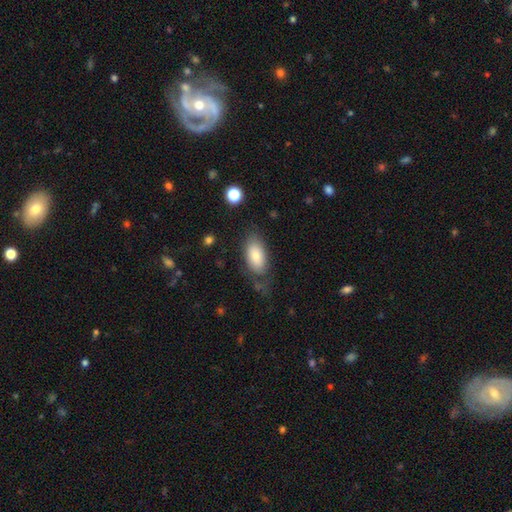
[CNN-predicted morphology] smooth-or-featured: smooth: 78% | featured or disk: 15% | star or artifact: 7%
  how-rounded: in between: 92% | cigar-shaped: 4% | round: 3%
  merging: none: 60% | minor disturbance: 22% | major disturbance: 14% | merger: 4%